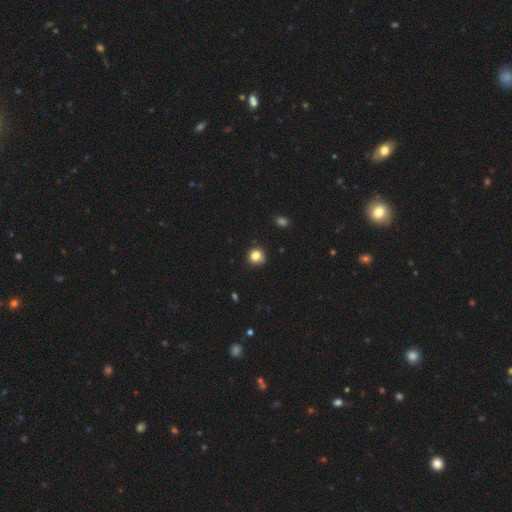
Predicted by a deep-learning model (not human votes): Morphology: type=smooth (82%); roundness=round (89%); merging=none (80%).